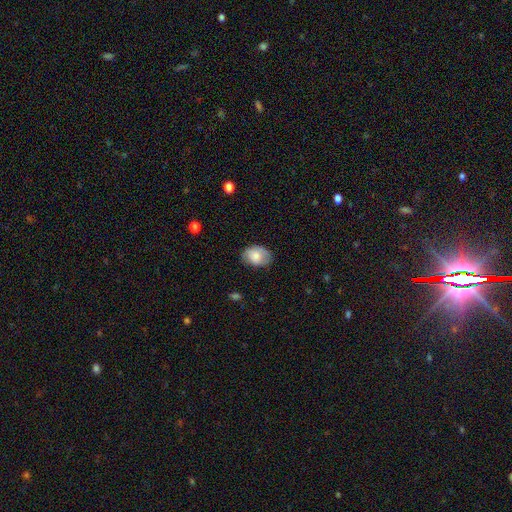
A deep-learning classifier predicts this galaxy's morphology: Overall: smooth (79%). How rounded: in between (75%). Merging: none (70%).